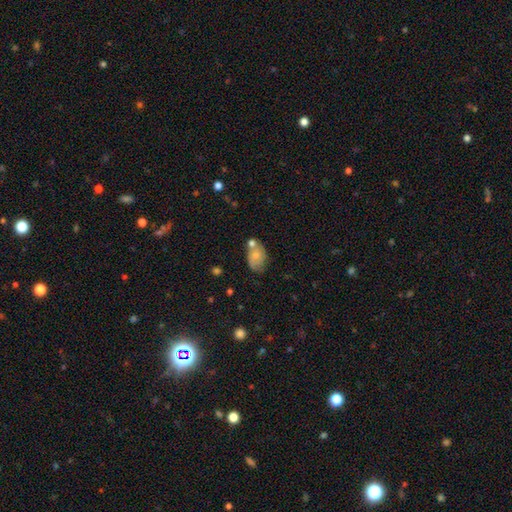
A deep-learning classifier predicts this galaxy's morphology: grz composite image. It shows a smooth galaxy with no disk features (70%) that is in between round and cigar-shaped (86%). Merging: none (47%).